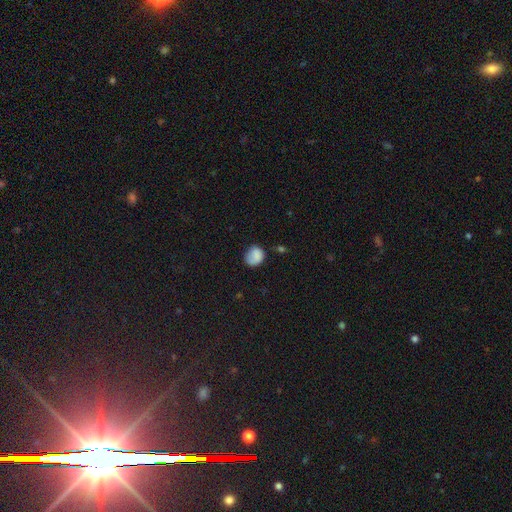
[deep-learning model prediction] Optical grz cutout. It shows a smooth galaxy with no disk features (81%) that is round (71%). Merging: none (63%).